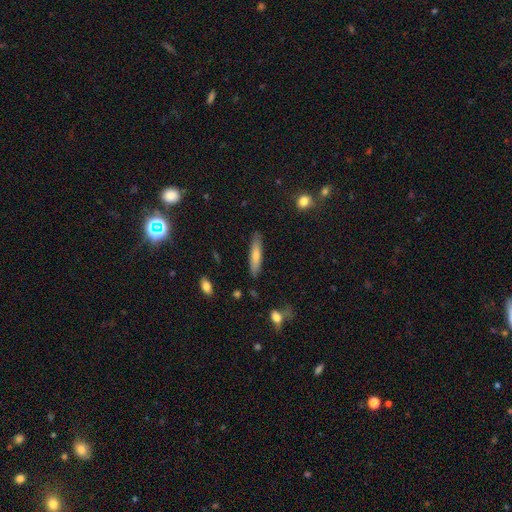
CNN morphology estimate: Smooth or featured?
  - smooth: 72% *
  - featured or disk: 22%
  - star or artifact: 6%
How rounded?
  - cigar-shaped: 82% *
  - in between: 17%
  - round: 1%
Merging?
  - none: 85% *
  - minor disturbance: 11%
  - major disturbance: 2%
  - merger: 2%